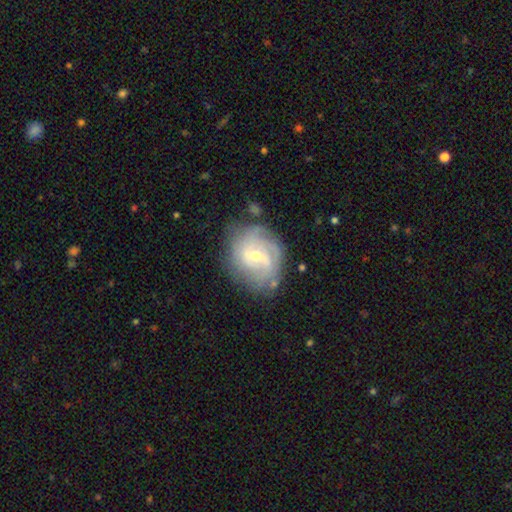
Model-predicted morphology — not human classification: Smooth or featured?
  - featured or disk: 79% *
  - smooth: 14%
  - star or artifact: 7%
Edge-on disk?
  - no: 97% *
  - yes: 3%
Bar?
  - weak: 53% *
  - no: 34%
  - strong: 13%
Spiral arms?
  - yes: 91% *
  - no: 9%
Spiral winding?
  - tight: 53% *
  - medium: 34%
  - loose: 12%
Spiral arm count?
  - can't tell: 35% *
  - 2: 30%
  - 3: 19%
  - 4: 8%
  - 1: 5%
  - more than 4: 4%
Bulge size?
  - small: 50% *
  - moderate: 47%
  - large: 2%
  - none: 1%
  - dominant: 1%
Merging?
  - none: 67% *
  - minor disturbance: 21%
  - major disturbance: 9%
  - merger: 3%